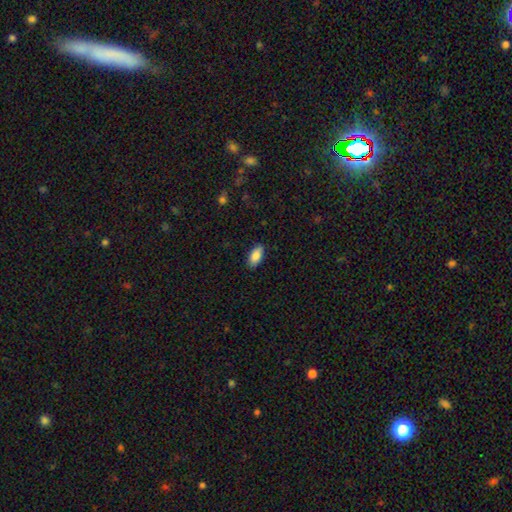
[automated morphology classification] smooth_or_featured: smooth (p=0.86) [alt: featured or disk p=0.07]
how_rounded: in between (p=0.89) [alt: cigar-shaped p=0.09]
merging: none (p=0.87) [alt: minor disturbance p=0.10]